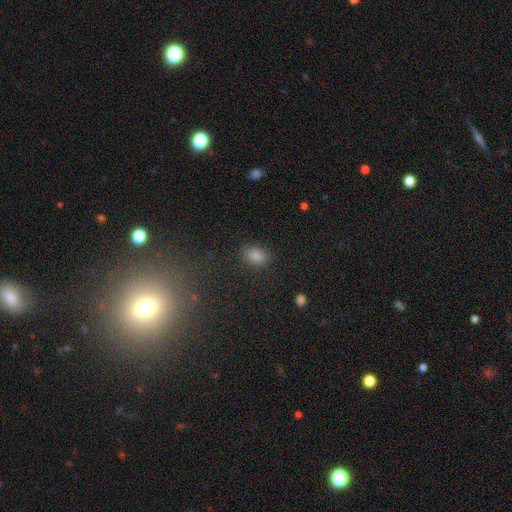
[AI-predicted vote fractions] smooth-or-featured: smooth: 79% | star or artifact: 16% | featured or disk: 6%
  how-rounded: in between: 76% | round: 22% | cigar-shaped: 2%
  merging: none: 85% | minor disturbance: 10% | major disturbance: 3% | merger: 2%